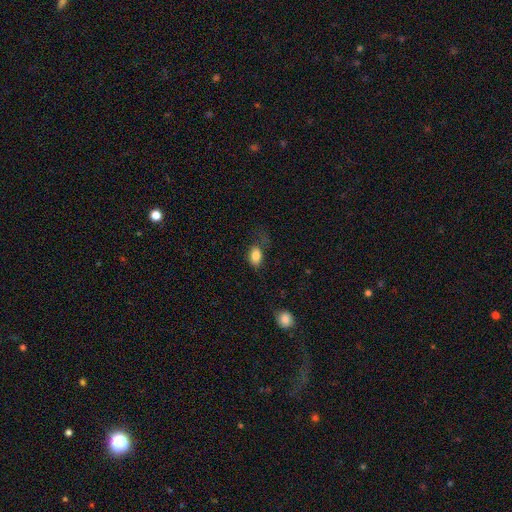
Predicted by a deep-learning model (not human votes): Overall: smooth (84%). How rounded: in between (86%). Merging: none (55%; minor disturbance 24%).